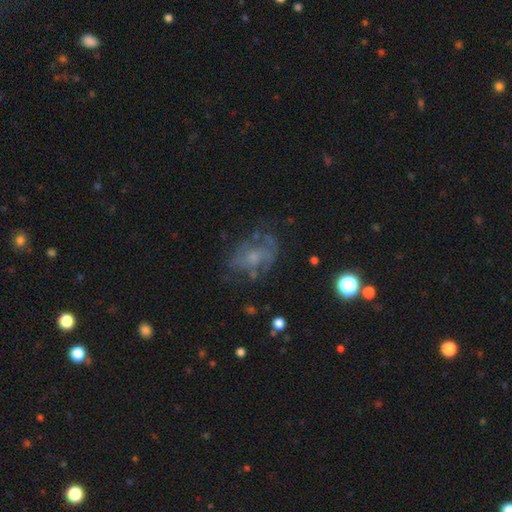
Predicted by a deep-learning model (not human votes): featured or disk 55%, smooth 29%, star or artifact 16%. Down the decision tree: edge-on disk — no (96%); bar — no (79%); spiral arms — no (54%); bulge size — small (43%); merging — none (54%).